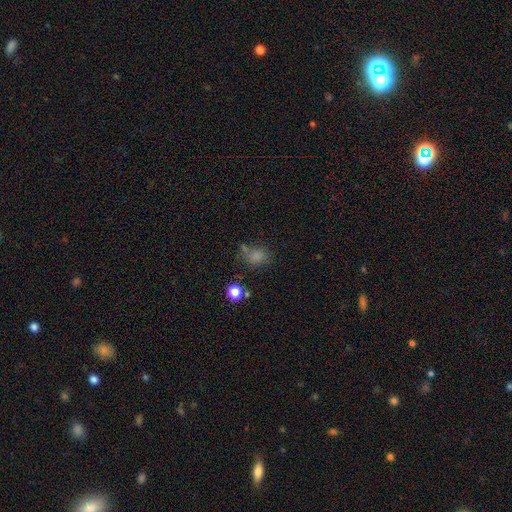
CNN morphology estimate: Smooth or featured?
  - smooth: 74% *
  - star or artifact: 18%
  - featured or disk: 9%
How rounded?
  - round: 51% *
  - in between: 47%
  - cigar-shaped: 1%
Merging?
  - none: 55% *
  - minor disturbance: 20%
  - merger: 14%
  - major disturbance: 11%